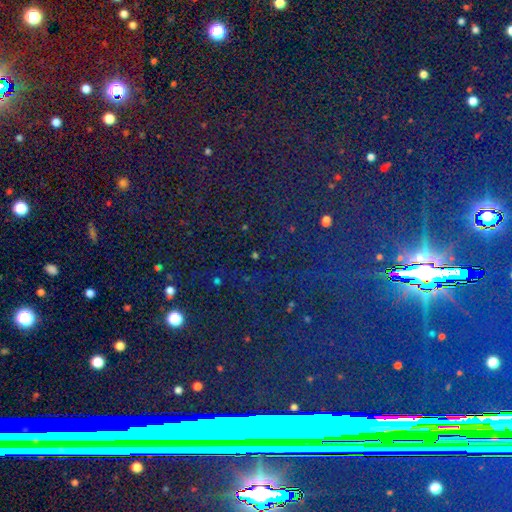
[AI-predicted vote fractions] star or artifact 78%, smooth 15%, featured or disk 7%.